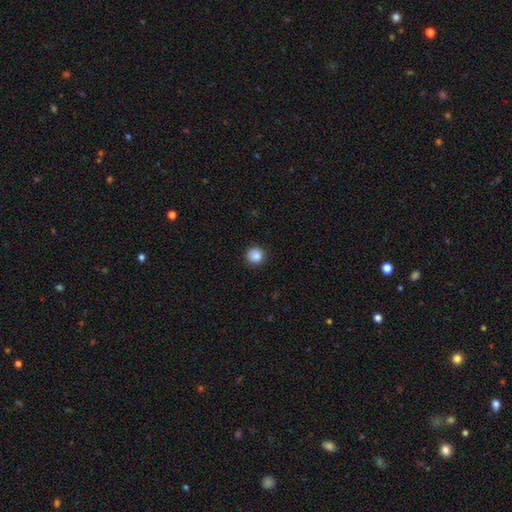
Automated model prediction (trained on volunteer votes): This appears to be a smooth galaxy with no disk features (87%) that is round (93%). Merging: none (90%).